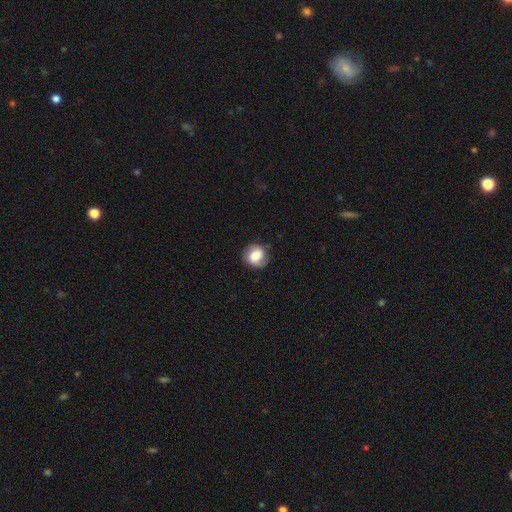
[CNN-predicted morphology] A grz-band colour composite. It shows a smooth galaxy with no disk features (73%) that is round (83%). Merging: none (80%).